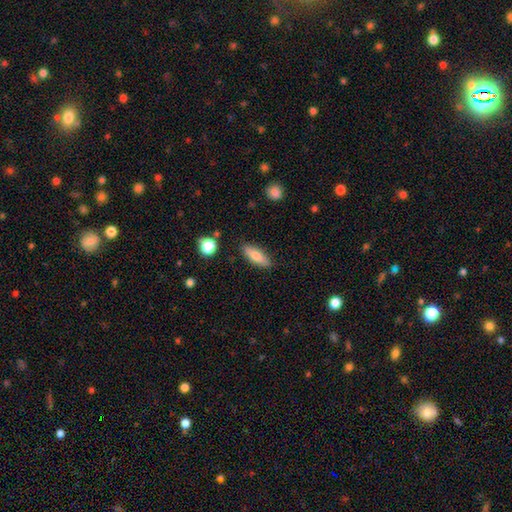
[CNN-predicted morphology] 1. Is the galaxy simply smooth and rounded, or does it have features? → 69% smooth, 24% featured or disk, 7% star or artifact.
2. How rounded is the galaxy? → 56% in between, 41% cigar-shaped, 3% round.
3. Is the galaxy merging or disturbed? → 85% none, 11% minor disturbance, 2% major disturbance, 2% merger.